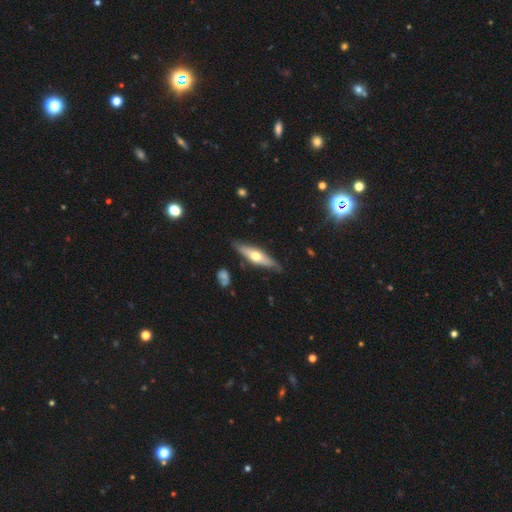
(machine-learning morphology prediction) smooth-or-featured: featured or disk: 54% | smooth: 41% | star or artifact: 5%
  disk-edge-on: yes: 82% | no: 18%
  merging: none: 79% | minor disturbance: 15% | major disturbance: 3% | merger: 2%